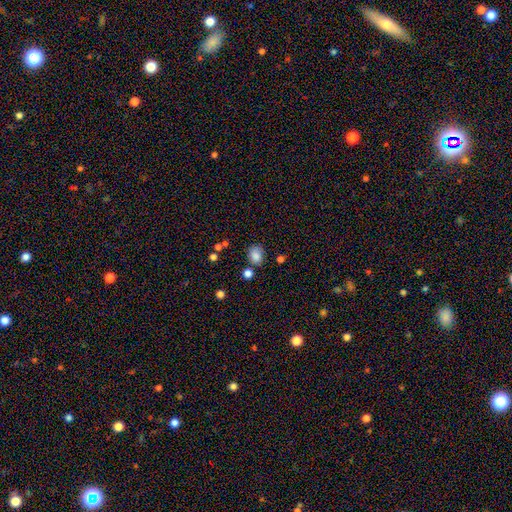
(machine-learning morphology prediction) Smooth or featured: smooth — 82% (star or artifact — 11%)
How rounded: round — 51% (in between — 48%)
Merging: none — 70% (minor disturbance — 18%)